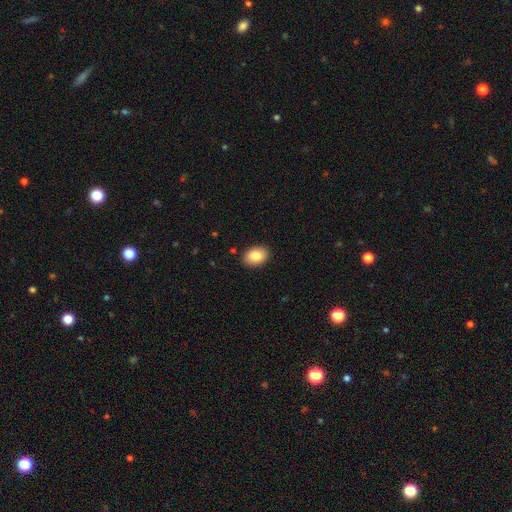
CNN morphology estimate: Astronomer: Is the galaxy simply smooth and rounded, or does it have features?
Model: smooth — 84%.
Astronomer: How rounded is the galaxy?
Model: in between — 79%.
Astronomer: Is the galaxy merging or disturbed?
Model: none — 90%.